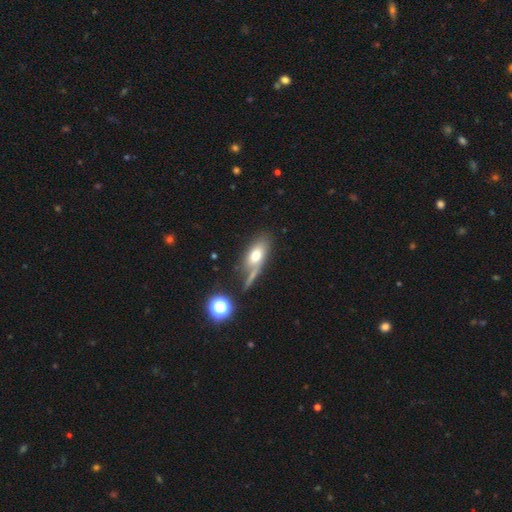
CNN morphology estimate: This is likely a smooth galaxy (67%). How rounded: clearly in between (80%). Merging: possibly none (51%).